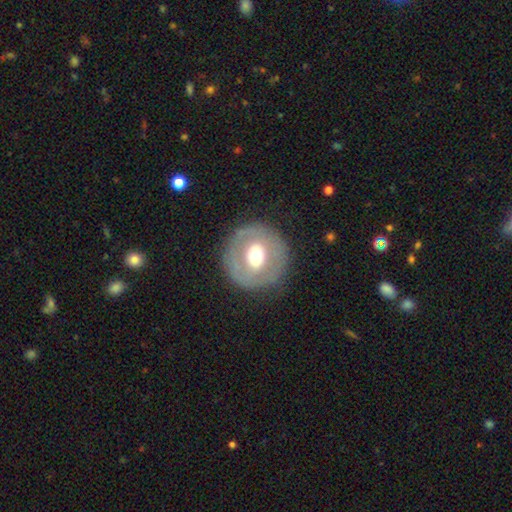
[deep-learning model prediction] Smooth or featured? Predicted: smooth (p=0.47). Merging? Predicted: none (p=0.82).